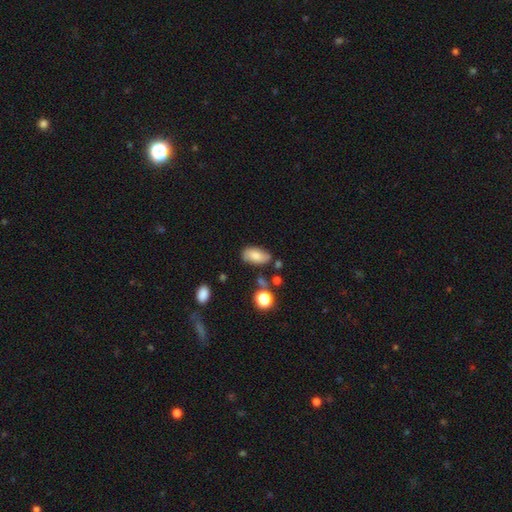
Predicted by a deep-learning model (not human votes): smooth 76%, featured or disk 15%, star or artifact 9%. Down the decision tree: how rounded — in between (92%); merging — none (71%).